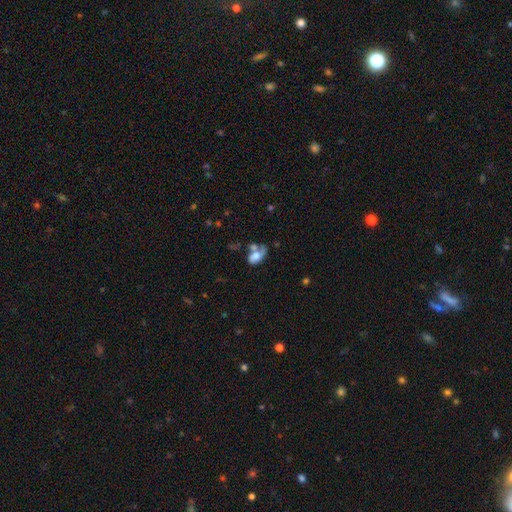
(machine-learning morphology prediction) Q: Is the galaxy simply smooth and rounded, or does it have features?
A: smooth — 59%.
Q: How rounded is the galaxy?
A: in between — 87%.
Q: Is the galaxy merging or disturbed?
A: merger — 44%.